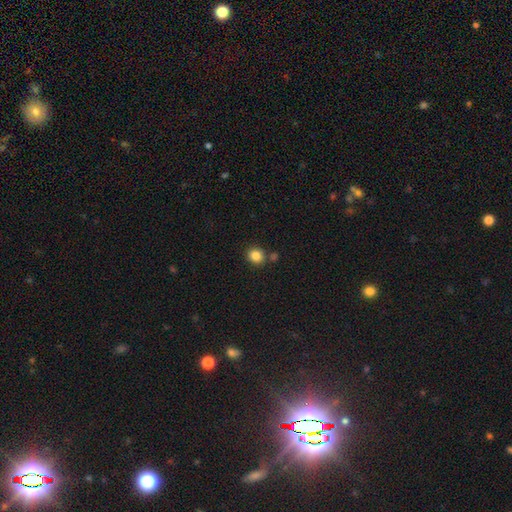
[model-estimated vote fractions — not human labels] smooth 85%, star or artifact 11%, featured or disk 4%. Down the decision tree: how rounded — round (83%); merging — none (77%).